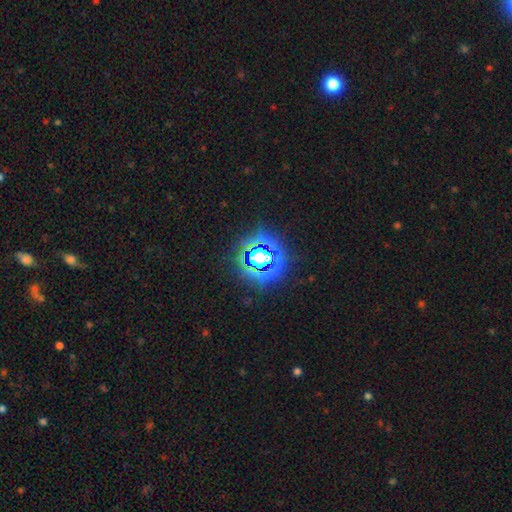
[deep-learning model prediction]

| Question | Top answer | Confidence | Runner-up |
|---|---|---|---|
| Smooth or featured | star or artifact | 71% | smooth (18%) |